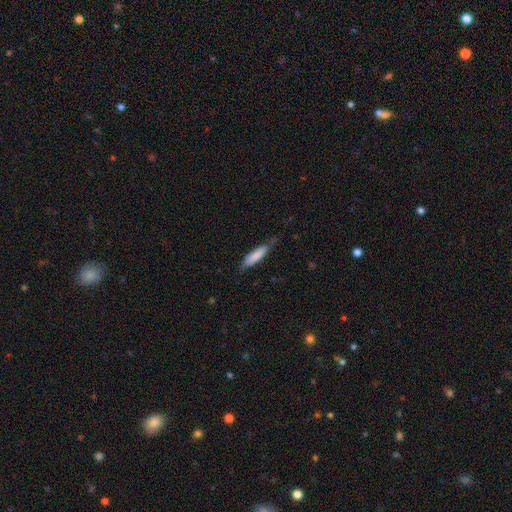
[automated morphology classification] Q: Smooth or featured?
A: smooth (78%); runner-up: featured or disk (16%)
Q: How rounded?
A: cigar-shaped (77%); runner-up: in between (22%)
Q: Merging?
A: none (70%); runner-up: minor disturbance (24%)